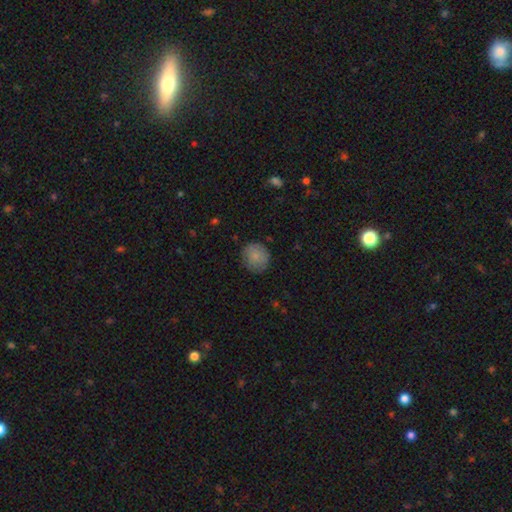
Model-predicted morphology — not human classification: Smooth or featured: smooth — 83% (featured or disk — 9%)
How rounded: round — 84% (in between — 15%)
Merging: none — 80% (minor disturbance — 16%)